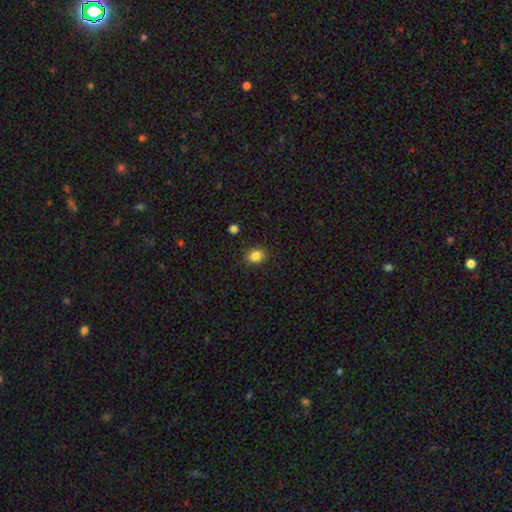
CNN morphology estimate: Smooth or featured: smooth — 85% (star or artifact — 11%)
How rounded: round — 61% (in between — 39%)
Merging: none — 88% (minor disturbance — 9%)